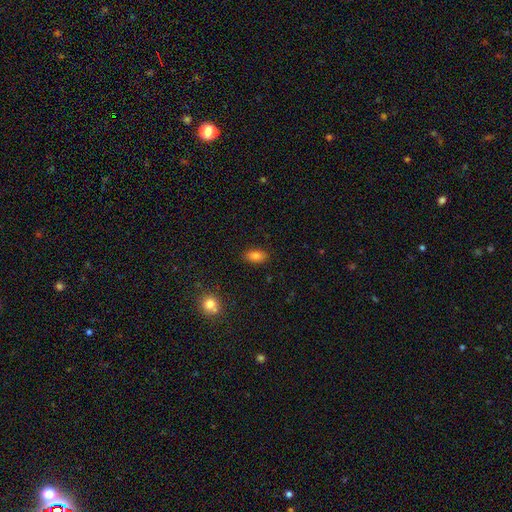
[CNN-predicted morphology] smooth_or_featured: smooth (p=0.81) [alt: star or artifact p=0.10]
how_rounded: in between (p=0.89) [alt: round p=0.06]
merging: none (p=0.87) [alt: minor disturbance p=0.09]